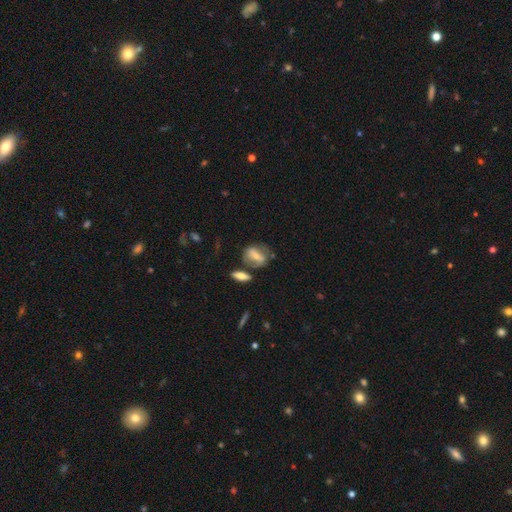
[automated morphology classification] Smooth or featured?
  - smooth: 50% *
  - featured or disk: 41%
  - star or artifact: 9%
How rounded?
  - in between: 60% *
  - round: 34%
  - cigar-shaped: 7%
Merging?
  - none: 51% *
  - minor disturbance: 20%
  - merger: 18%
  - major disturbance: 10%